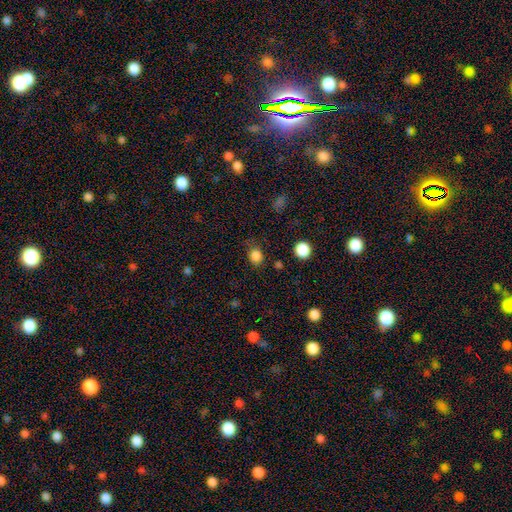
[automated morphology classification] type=smooth (83%); roundness=round (60%); merging=none (74%).